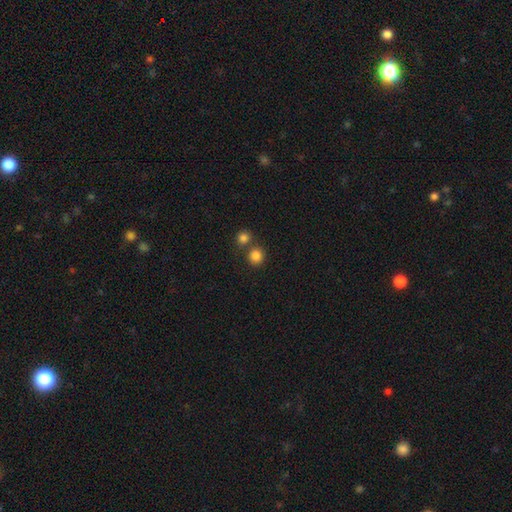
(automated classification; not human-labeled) A smooth galaxy with no disk features (83%) that is round (89%). Merging: none (67%).